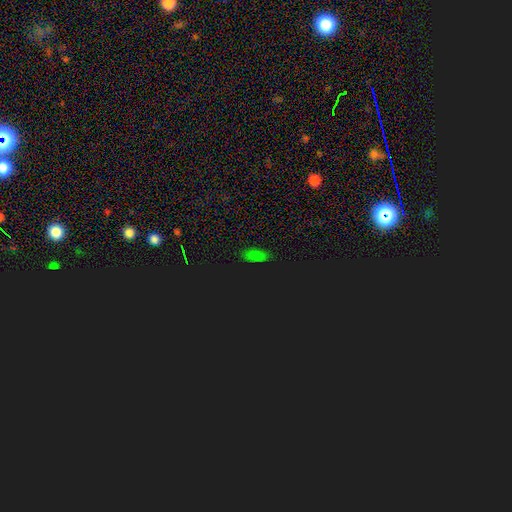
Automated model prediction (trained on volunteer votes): A smooth galaxy with no disk features (60%) that is in between round and cigar-shaped (84%). Merging: none (86%).